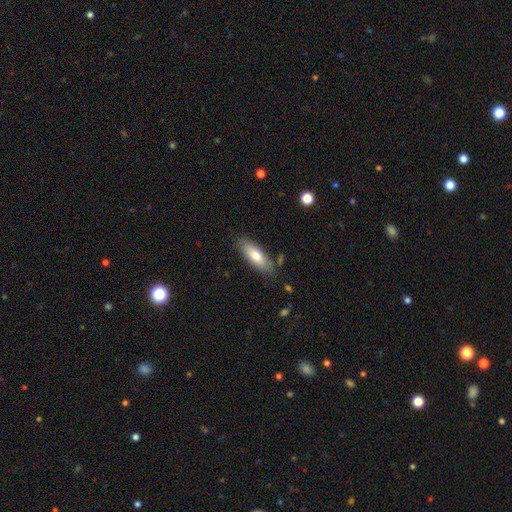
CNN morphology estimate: This appears to be a smooth galaxy with no disk features (74%) that is in between round and cigar-shaped (62%). Merging: none (81%).